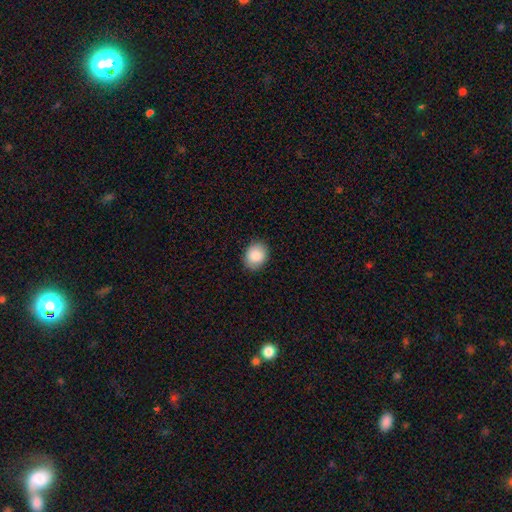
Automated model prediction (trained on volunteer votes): Morphology: type=smooth (88%); roundness=in between (50%); merging=none (87%).